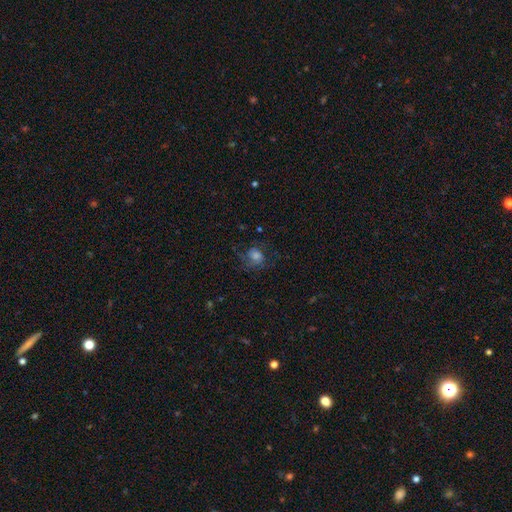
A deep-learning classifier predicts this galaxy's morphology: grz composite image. It shows a smooth galaxy with no disk features (50%). Merging: none (55%).